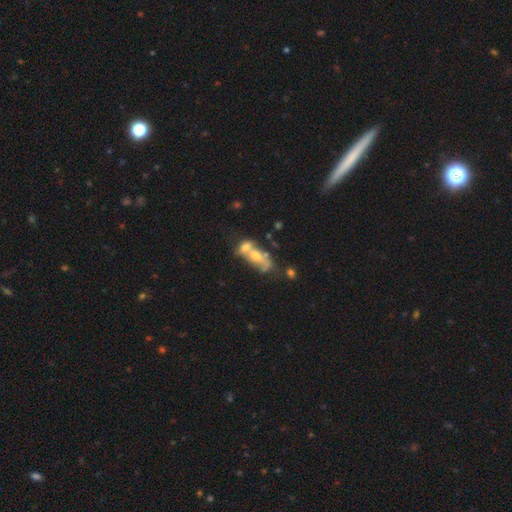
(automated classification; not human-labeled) The model was most divided on "smooth or featured": featured or disk: 46%, smooth: 42%, star or artifact: 12%. More confident: merging — merger (67%).